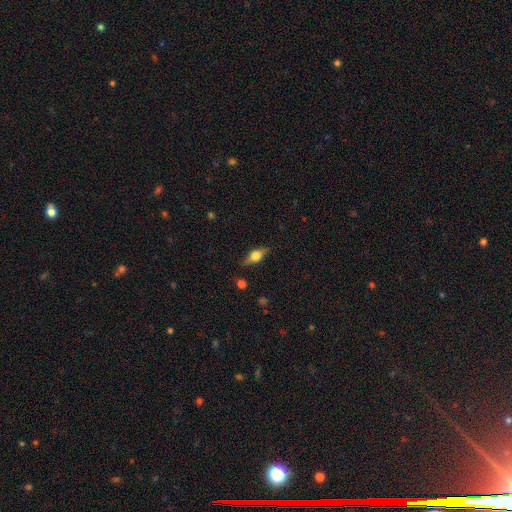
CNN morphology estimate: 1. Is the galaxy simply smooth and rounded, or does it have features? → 53% featured or disk, 39% smooth, 8% star or artifact.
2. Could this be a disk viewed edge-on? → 92% yes, 8% no.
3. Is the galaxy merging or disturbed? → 82% none, 13% minor disturbance, 3% major disturbance, 1% merger.